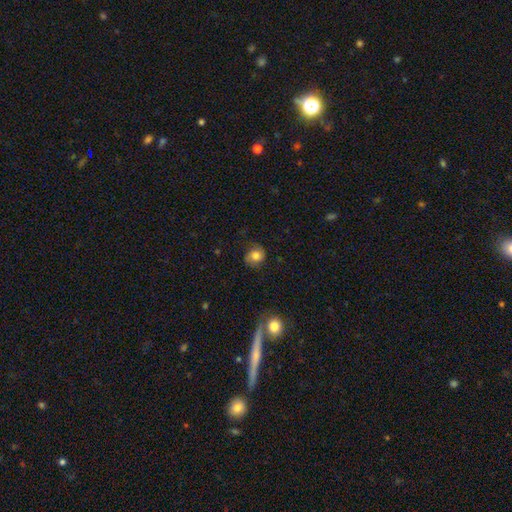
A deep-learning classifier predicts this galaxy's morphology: type=smooth (74%); roundness=round (78%); merging=none (70%).